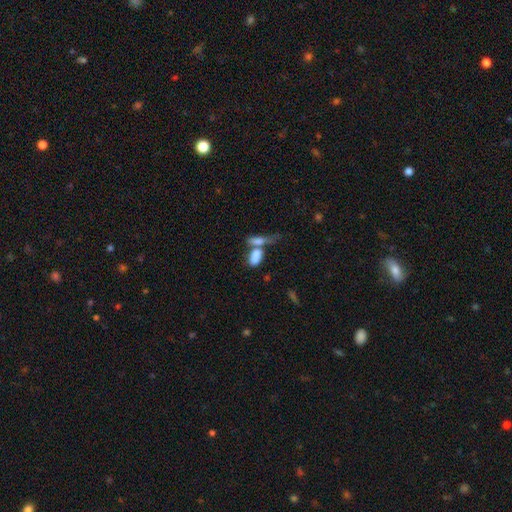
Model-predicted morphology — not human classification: Smooth or featured?
  - smooth: 77% *
  - featured or disk: 14%
  - star or artifact: 9%
How rounded?
  - in between: 84% *
  - cigar-shaped: 10%
  - round: 7%
Merging?
  - merger: 59% *
  - none: 22%
  - minor disturbance: 10%
  - major disturbance: 9%